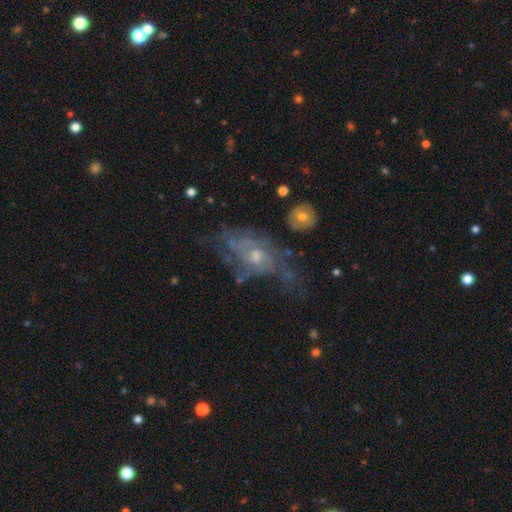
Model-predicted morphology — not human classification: featured or disk 70%, smooth 17%, star or artifact 13%. Down the decision tree: edge-on disk — no (92%); bar — no (76%); spiral arms — yes (68%); bulge size — small (52%); merging — none (44%).